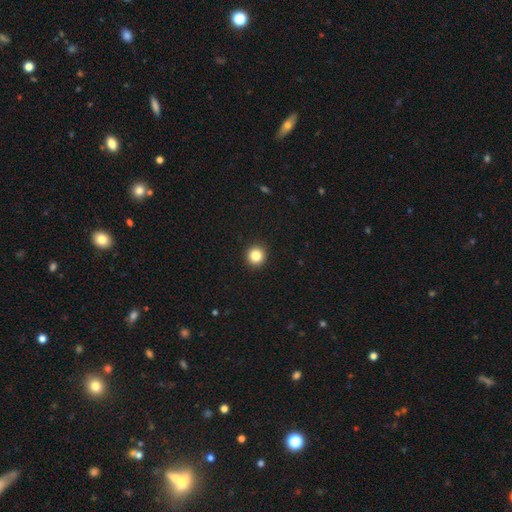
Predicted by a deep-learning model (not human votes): Smooth or featured? smooth (85%)
How rounded? round (95%)
Merging? none (93%)